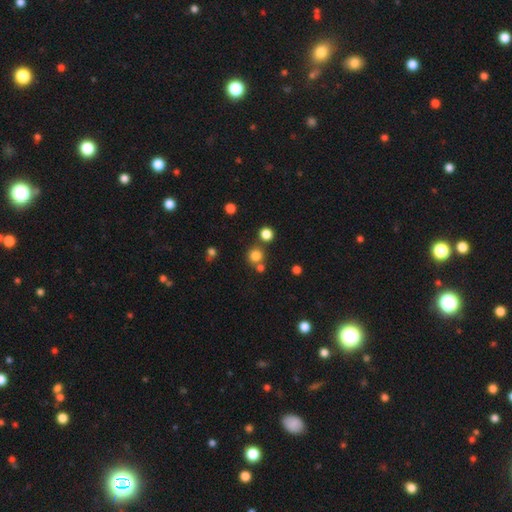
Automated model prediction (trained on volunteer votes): Smooth or featured?
  - smooth: 78% *
  - star or artifact: 16%
  - featured or disk: 6%
How rounded?
  - round: 92% *
  - in between: 7%
  - cigar-shaped: 1%
Merging?
  - none: 73% *
  - merger: 17%
  - minor disturbance: 8%
  - major disturbance: 3%